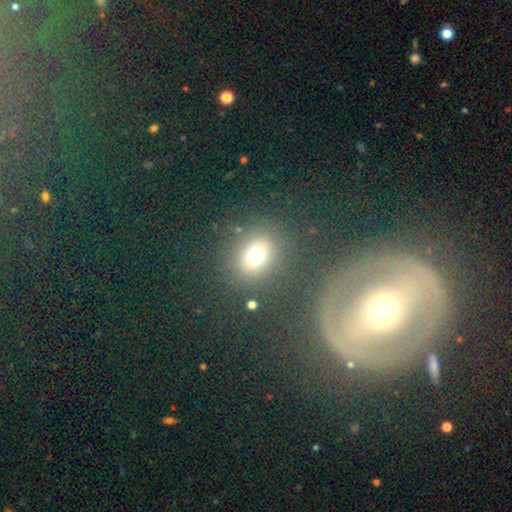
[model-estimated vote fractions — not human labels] Morphology: type=smooth (68%); roundness=round (72%); merging=none (79%).